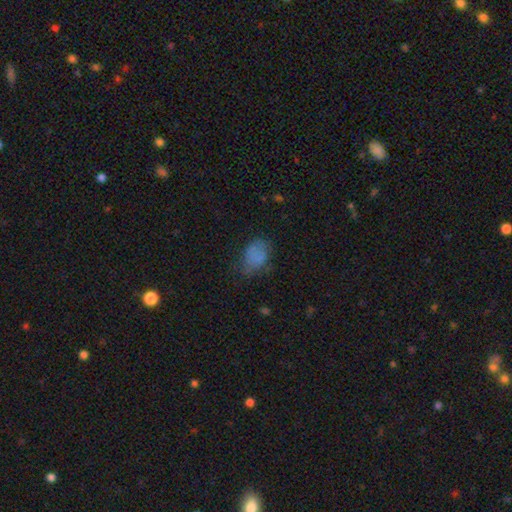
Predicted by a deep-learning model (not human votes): Smooth or featured? Predicted: smooth (p=0.72). How rounded? Predicted: in between (p=0.77). Merging? Predicted: none (p=0.51).